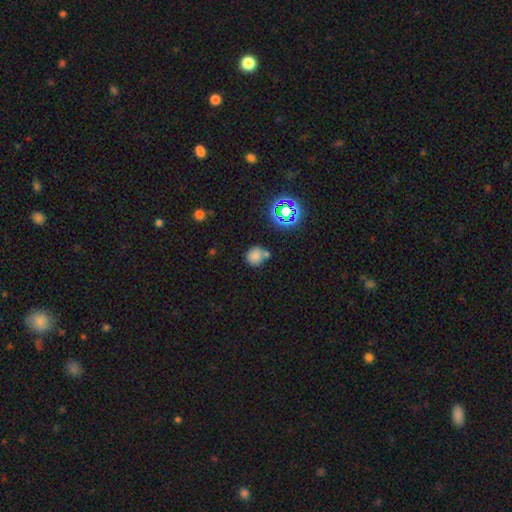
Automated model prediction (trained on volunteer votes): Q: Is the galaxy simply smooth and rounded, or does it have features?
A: smooth — 74%.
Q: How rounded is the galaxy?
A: round — 85%.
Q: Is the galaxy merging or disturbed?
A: none — 59%.